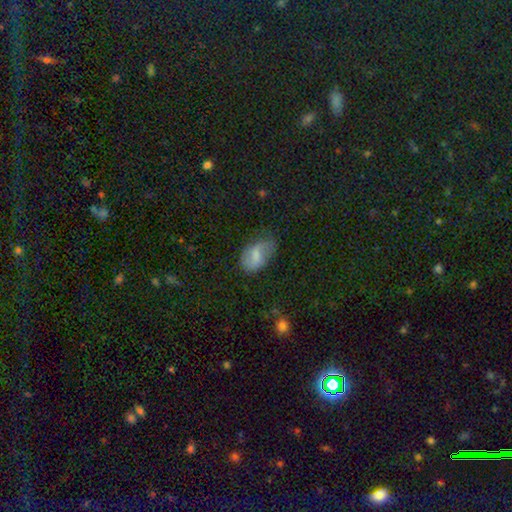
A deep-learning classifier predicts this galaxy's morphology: Smooth or featured? smooth (61%)
How rounded? in between (90%)
Merging? none (49%)